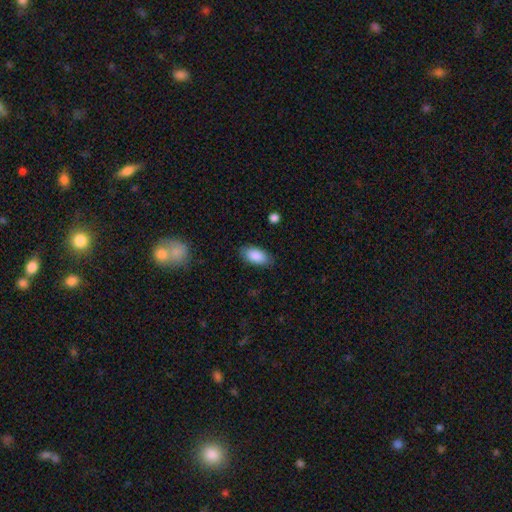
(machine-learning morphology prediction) Smooth or featured? Predicted: smooth (p=0.88). How rounded? Predicted: in between (p=0.93). Merging? Predicted: none (p=0.84).